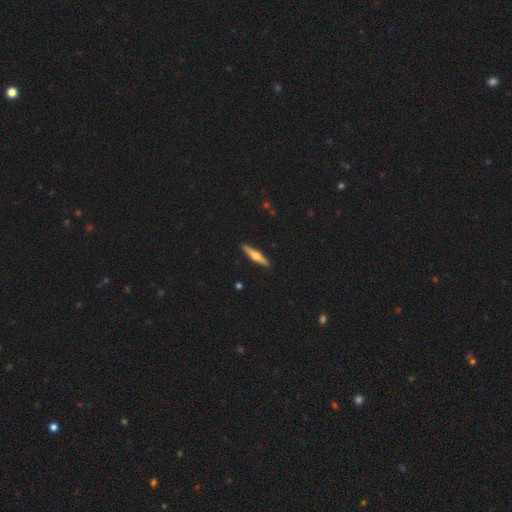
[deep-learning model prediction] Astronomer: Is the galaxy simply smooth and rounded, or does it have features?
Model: featured or disk — 63%.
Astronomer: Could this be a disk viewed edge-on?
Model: yes — 97%.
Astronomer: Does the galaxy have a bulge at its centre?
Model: rounded — 91%.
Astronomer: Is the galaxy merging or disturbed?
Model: none — 92%.